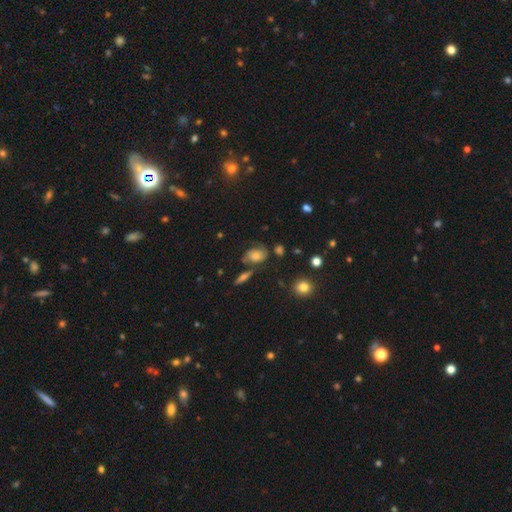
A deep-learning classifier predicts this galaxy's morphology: Smooth or featured? Predicted: smooth (p=0.46). Merging? Predicted: none (p=0.54).